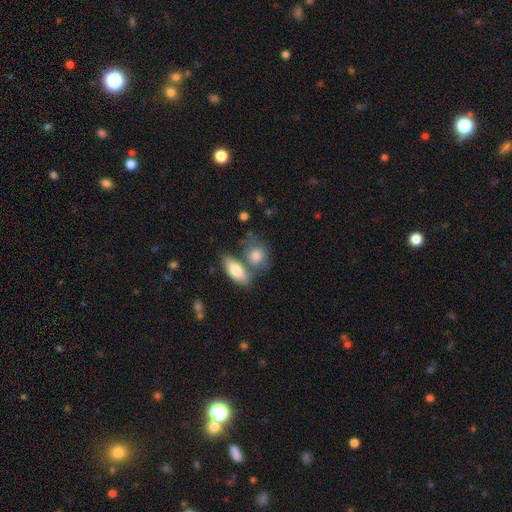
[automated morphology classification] A smooth galaxy with no disk features (79%) that is in between round and cigar-shaped (59%). Merging: merger (42%).